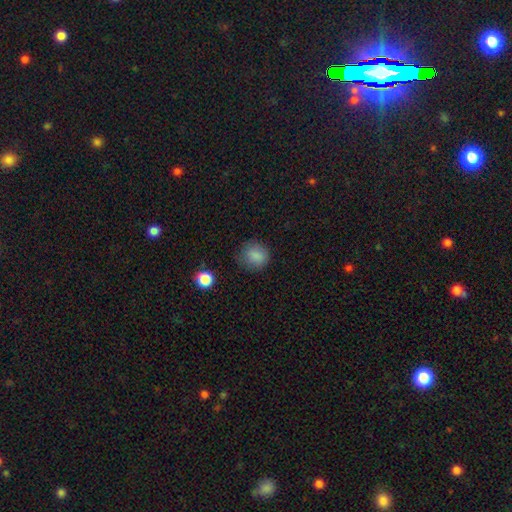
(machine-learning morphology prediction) smooth_or_featured: smooth (p=0.84) [alt: star or artifact p=0.11]
how_rounded: round (p=0.78) [alt: in between p=0.21]
merging: none (p=0.76) [alt: minor disturbance p=0.17]